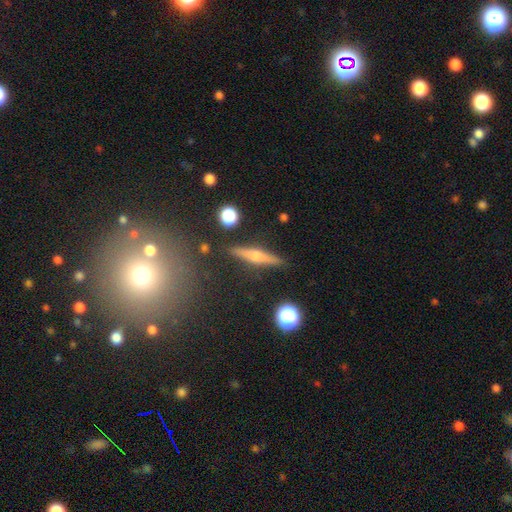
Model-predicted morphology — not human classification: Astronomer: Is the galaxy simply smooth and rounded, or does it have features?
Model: featured or disk — 70%.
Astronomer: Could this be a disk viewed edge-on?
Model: yes — 95%.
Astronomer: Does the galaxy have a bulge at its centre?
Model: rounded — 90%.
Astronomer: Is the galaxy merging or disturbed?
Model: none — 89%.